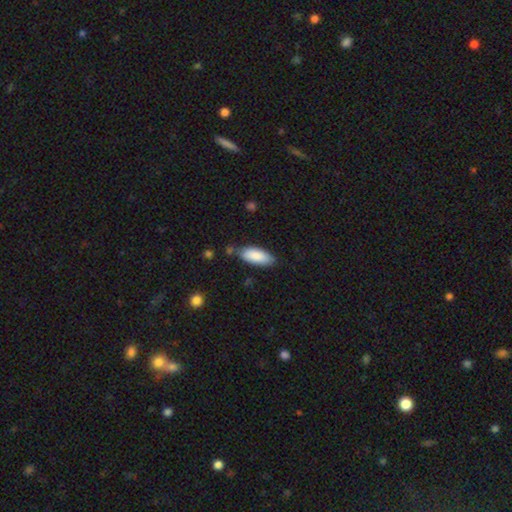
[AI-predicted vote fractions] Smooth or featured: smooth — 87% (featured or disk — 7%)
How rounded: in between — 82% (cigar-shaped — 16%)
Merging: none — 74% (minor disturbance — 18%)